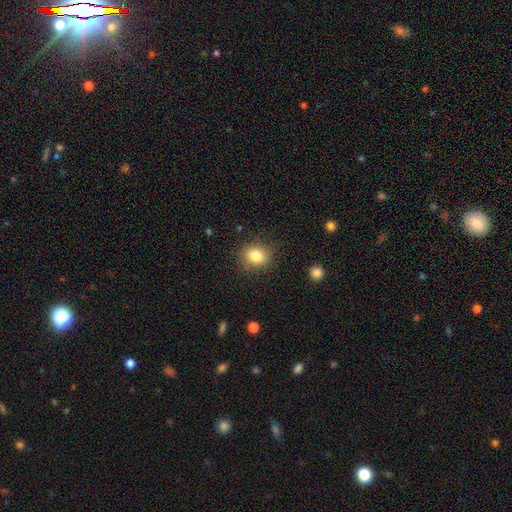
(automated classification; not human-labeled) Smooth or featured: smooth — 82% (star or artifact — 10%)
How rounded: round — 67% (in between — 33%)
Merging: none — 85% (minor disturbance — 11%)